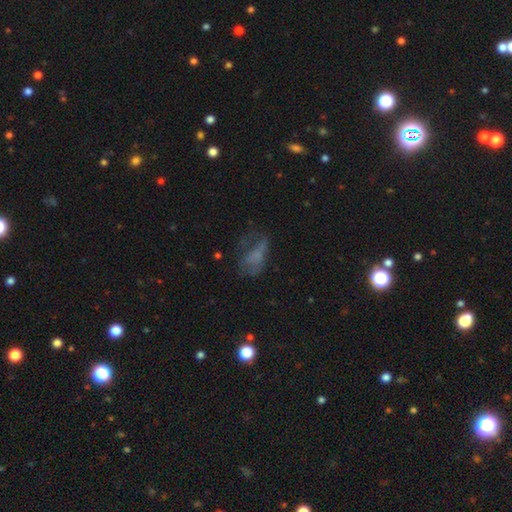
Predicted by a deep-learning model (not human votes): Overall: smooth (48%; featured or disk 34%). Merging: major disturbance (38%; none 36%).